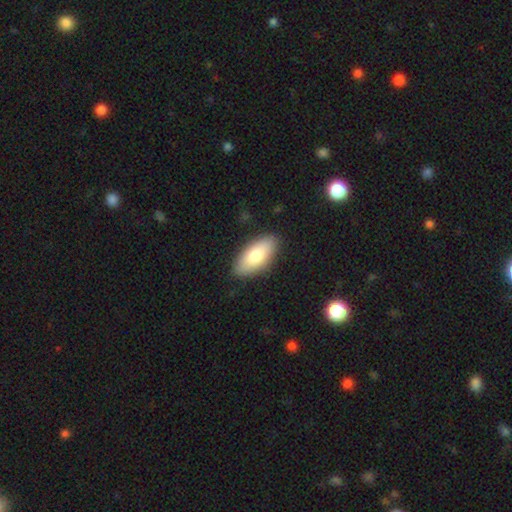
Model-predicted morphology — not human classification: This appears to be a smooth galaxy with no disk features (81%) that is in between round and cigar-shaped (90%). Merging: none (87%).